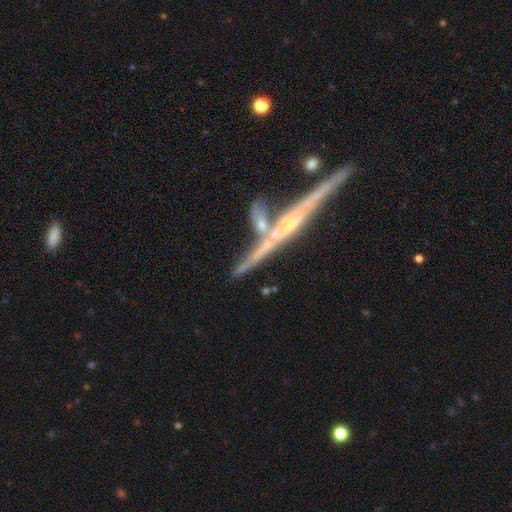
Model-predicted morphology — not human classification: smooth_or_featured: featured or disk (p=0.57) [alt: smooth p=0.32]
disk_edge_on: yes (p=0.71) [alt: no p=0.29]
merging: merger (p=0.45) [alt: none p=0.32]